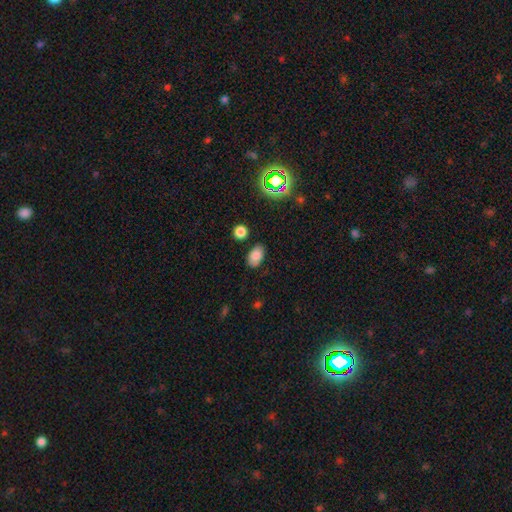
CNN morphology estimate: A smooth galaxy with no disk features (81%) that is in between round and cigar-shaped (88%).

Vote fractions:
- Smooth or featured? smooth: 81% / star or artifact: 12% / featured or disk: 7%
- How rounded? in between: 88% / round: 10% / cigar-shaped: 1%
- Merging? none: 81% / minor disturbance: 13% / merger: 3% / major disturbance: 3%